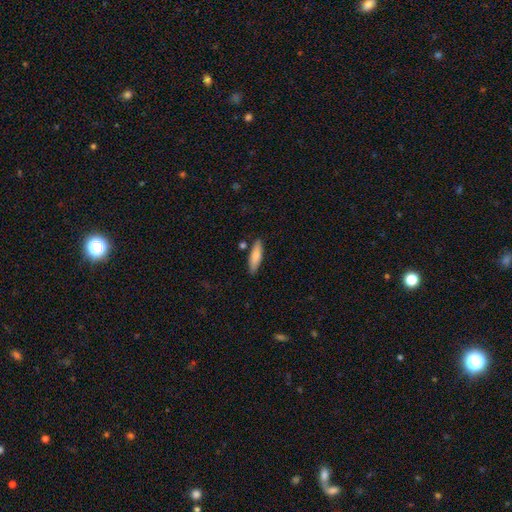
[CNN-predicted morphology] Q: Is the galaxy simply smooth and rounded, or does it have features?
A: smooth — 78%.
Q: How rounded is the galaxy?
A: cigar-shaped — 61%.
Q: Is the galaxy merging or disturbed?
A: none — 82%.